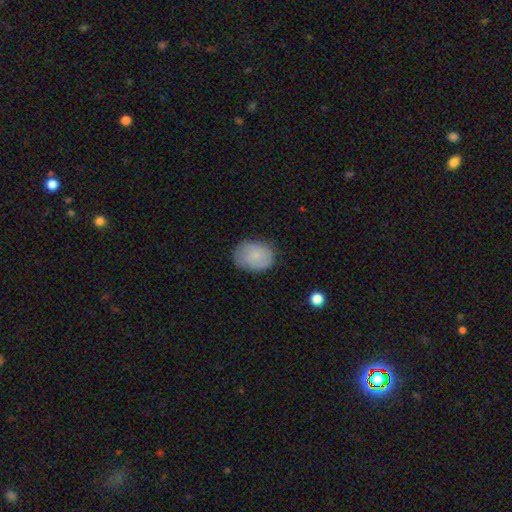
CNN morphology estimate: smooth 77%, featured or disk 16%, star or artifact 7%. Down the decision tree: how rounded — in between (66%); merging — none (74%).